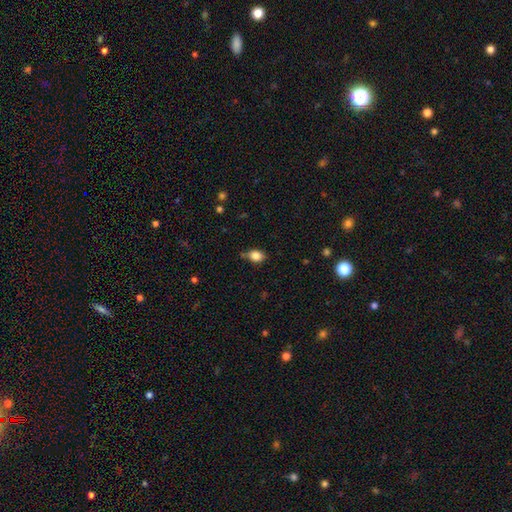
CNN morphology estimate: type=smooth (83%); roundness=in between (68%); merging=none (65%).